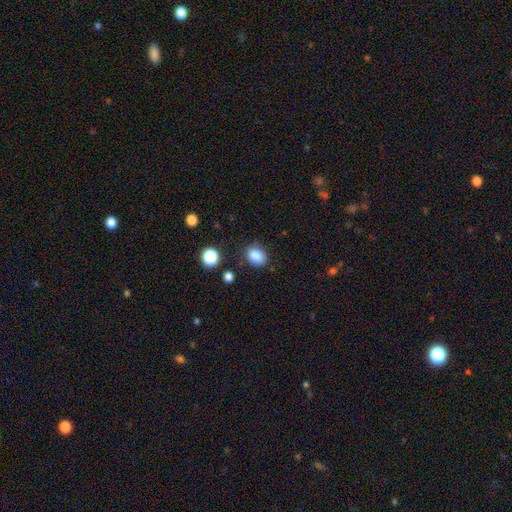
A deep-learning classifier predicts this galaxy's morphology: A smooth galaxy with no disk features (85%) that is in between round and cigar-shaped (59%). Merging: none (81%).